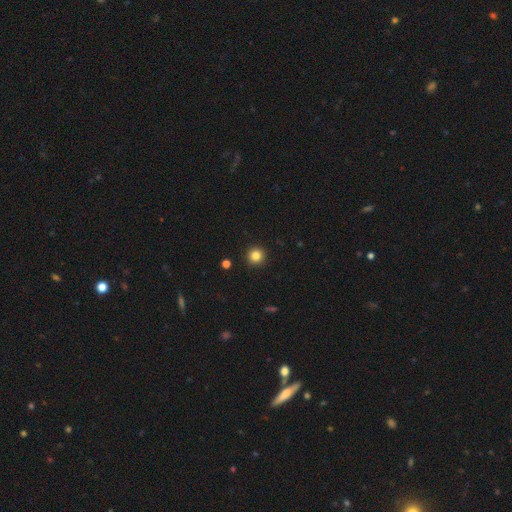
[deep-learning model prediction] Q: Smooth or featured?
A: smooth (83%); runner-up: star or artifact (12%)
Q: How rounded?
A: round (95%); runner-up: in between (4%)
Q: Merging?
A: none (93%); runner-up: minor disturbance (4%)